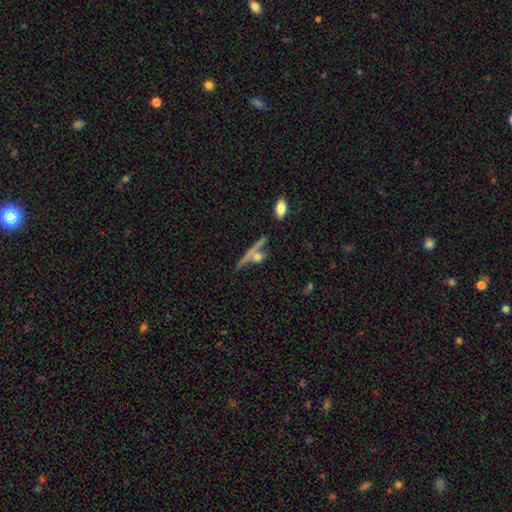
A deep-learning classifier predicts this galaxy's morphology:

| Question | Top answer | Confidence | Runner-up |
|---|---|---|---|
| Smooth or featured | smooth | 44% | featured or disk (43%) |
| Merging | none | 49% | merger (26%) |